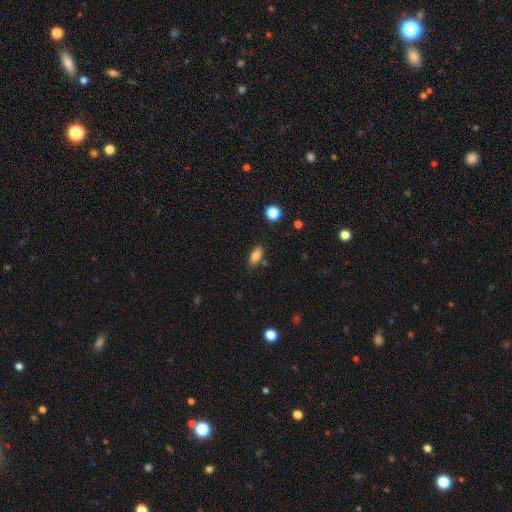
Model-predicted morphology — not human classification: Smooth or featured: smooth — 82% (featured or disk — 9%)
How rounded: in between — 82% (cigar-shaped — 14%)
Merging: none — 78% (minor disturbance — 14%)